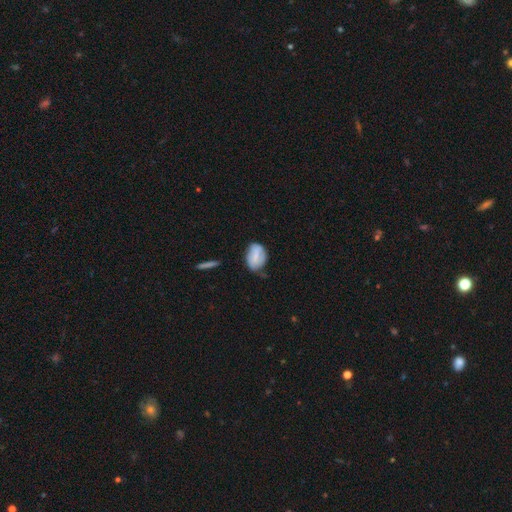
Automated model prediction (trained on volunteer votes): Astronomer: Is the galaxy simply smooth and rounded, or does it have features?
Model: smooth — 63%.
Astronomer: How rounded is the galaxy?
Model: in between — 80%.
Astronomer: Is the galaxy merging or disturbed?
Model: none — 57% (runner-up: minor disturbance, 33%).